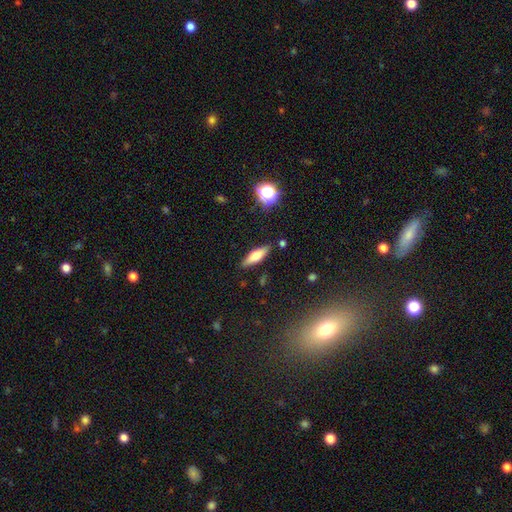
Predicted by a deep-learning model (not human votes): Overall: smooth (53%; featured or disk 39%). How rounded: cigar-shaped (54%; in between 42%). Merging: none (86%).